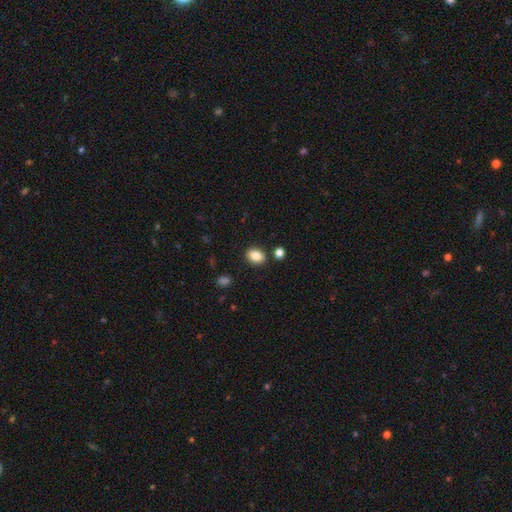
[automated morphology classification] Smooth or featured: smooth — 85% (star or artifact — 9%)
How rounded: in between — 63% (round — 36%)
Merging: none — 85% (minor disturbance — 8%)